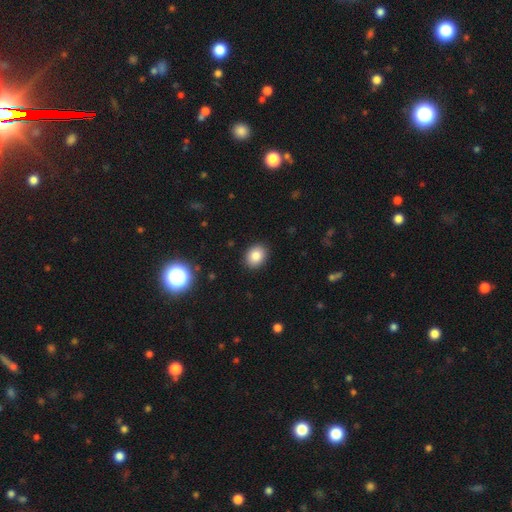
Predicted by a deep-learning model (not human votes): A smooth galaxy with no disk features (84%) that is in between round and cigar-shaped (53%).

Vote fractions:
- Smooth or featured? smooth: 84% / star or artifact: 10% / featured or disk: 6%
- How rounded? in between: 53% / round: 46% / cigar-shaped: 1%
- Merging? none: 90% / minor disturbance: 7% / major disturbance: 2% / merger: 1%